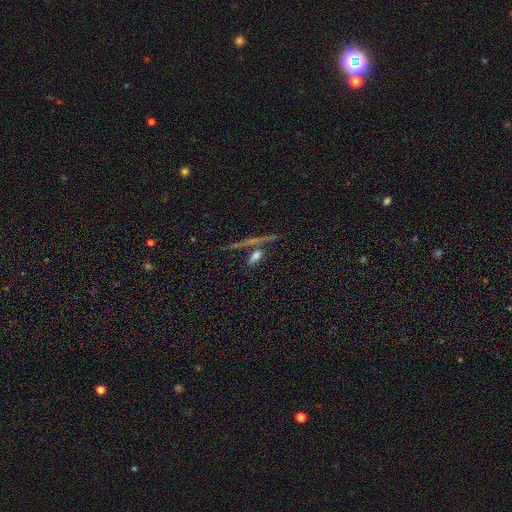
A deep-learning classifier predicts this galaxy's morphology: A smooth galaxy with no disk features (51%) that is in between round and cigar-shaped (46%).

Vote fractions:
- Smooth or featured? smooth: 51% / featured or disk: 28% / star or artifact: 21%
- How rounded? in between: 46% / cigar-shaped: 43% / round: 10%
- Merging? none: 66% / merger: 16% / minor disturbance: 13% / major disturbance: 6%